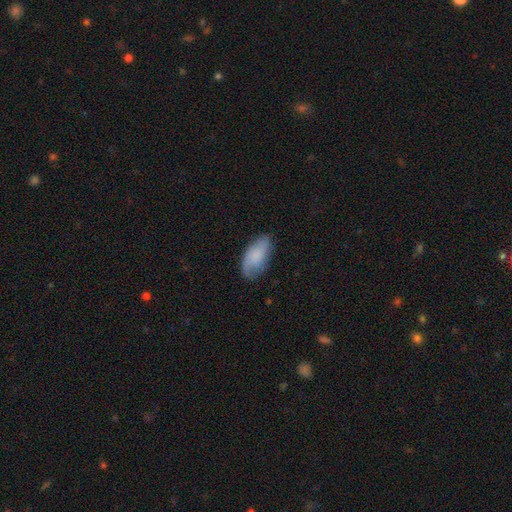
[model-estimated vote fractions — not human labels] Smooth or featured? Predicted: smooth (p=0.66). How rounded? Predicted: in between (p=0.92). Merging? Predicted: none (p=0.69).